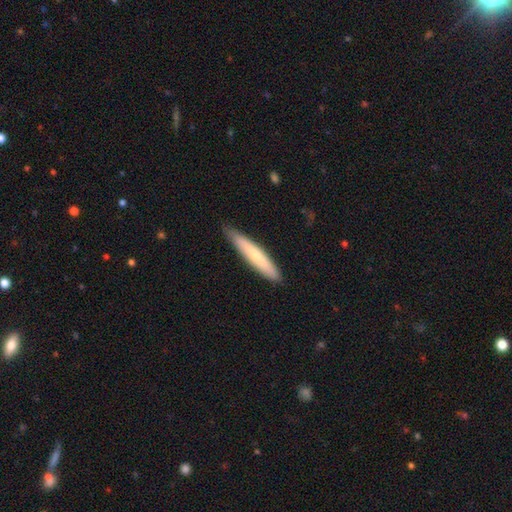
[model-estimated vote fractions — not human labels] Smooth or featured? smooth (66%)
How rounded? cigar-shaped (92%)
Merging? none (83%)